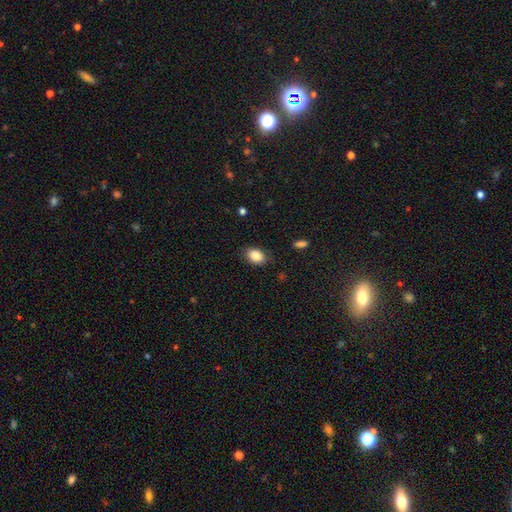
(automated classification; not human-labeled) The model was most divided on "how rounded": in between: 81%, round: 18%, cigar-shaped: 1%. More confident: smooth or featured — smooth (87%); merging — none (82%).